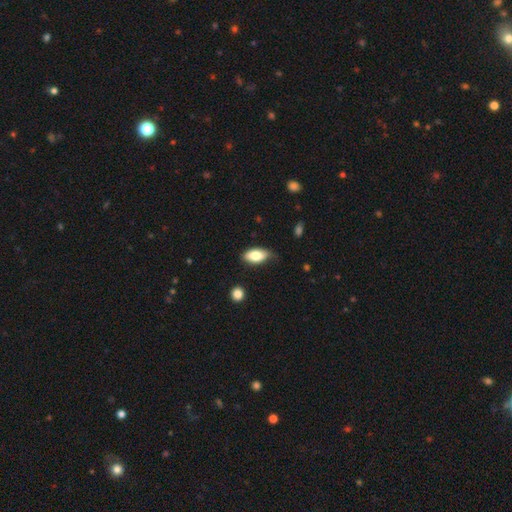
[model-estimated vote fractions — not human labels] Smooth or featured? smooth (79%)
How rounded? in between (91%)
Merging? none (66%)